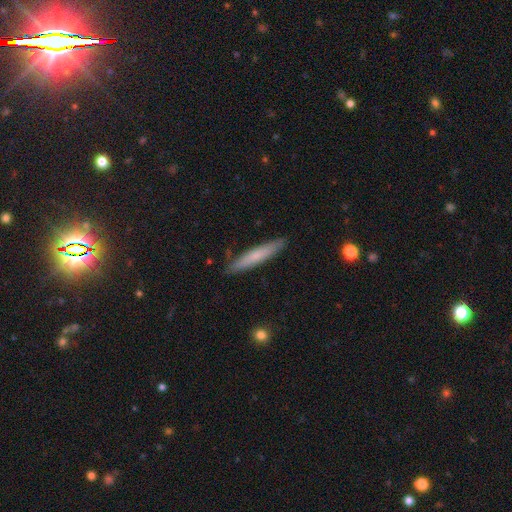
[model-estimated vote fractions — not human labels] This is likely a smooth galaxy (65%). How rounded: clearly cigar-shaped (94%). Merging: clearly none (89%).